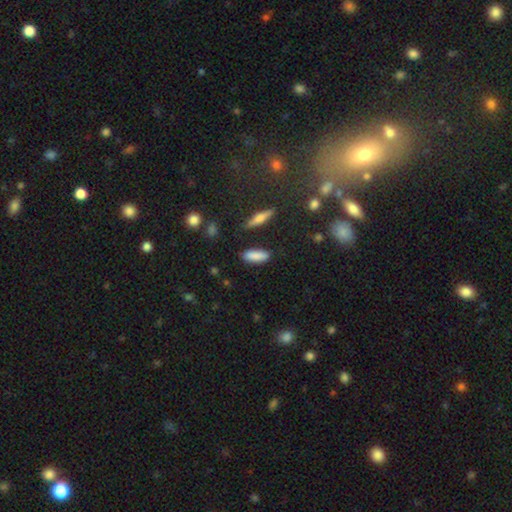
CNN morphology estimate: A smooth galaxy with no disk features (85%) that is in between round and cigar-shaped (58%). Merging: none (82%).